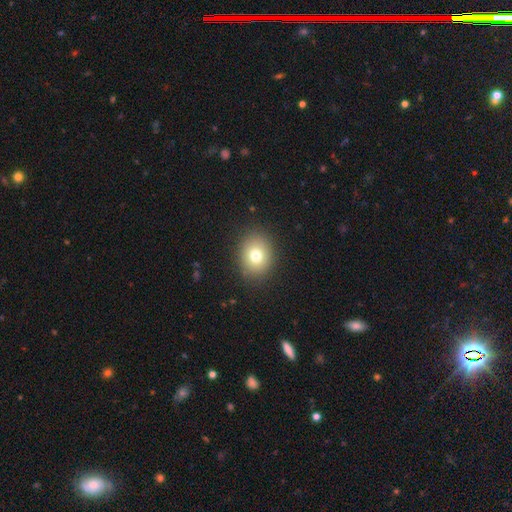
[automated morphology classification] This is likely a smooth galaxy (76%). How rounded: possibly round (59%). Merging: clearly none (88%).